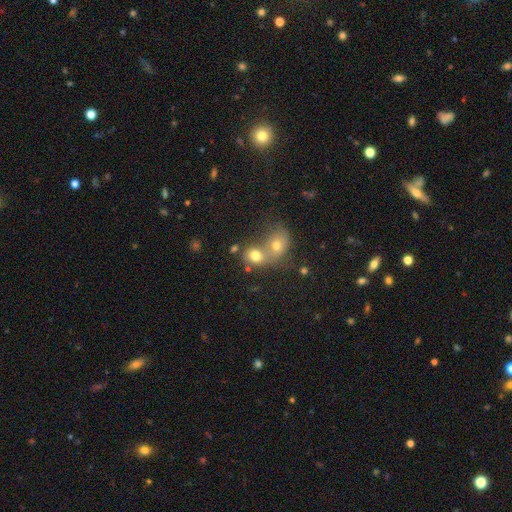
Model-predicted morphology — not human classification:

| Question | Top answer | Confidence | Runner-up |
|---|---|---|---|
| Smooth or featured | smooth | 72% | featured or disk (15%) |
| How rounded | round | 58% | in between (41%) |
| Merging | merger | 64% | none (25%) |